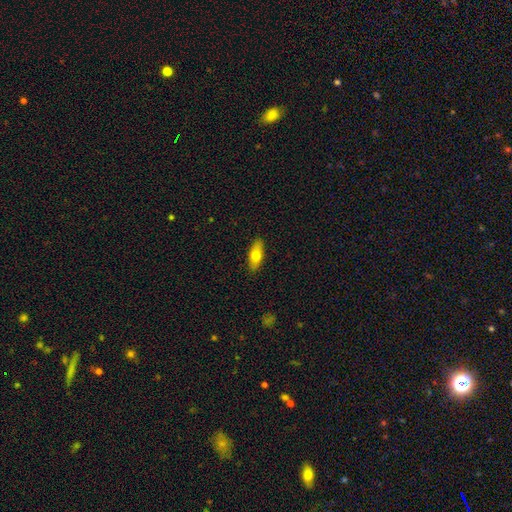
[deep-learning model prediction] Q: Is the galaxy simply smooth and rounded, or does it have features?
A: smooth — 71%.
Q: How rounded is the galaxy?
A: in between — 72%.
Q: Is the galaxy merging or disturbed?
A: none — 88%.